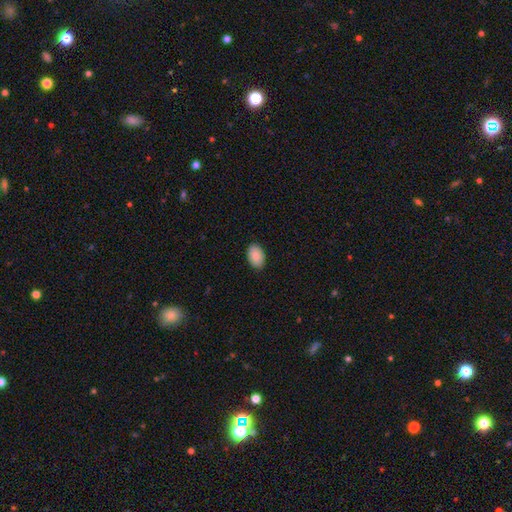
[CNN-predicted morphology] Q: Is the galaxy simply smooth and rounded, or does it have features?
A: smooth — 89%.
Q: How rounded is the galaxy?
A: in between — 91%.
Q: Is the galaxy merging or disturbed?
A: none — 89%.